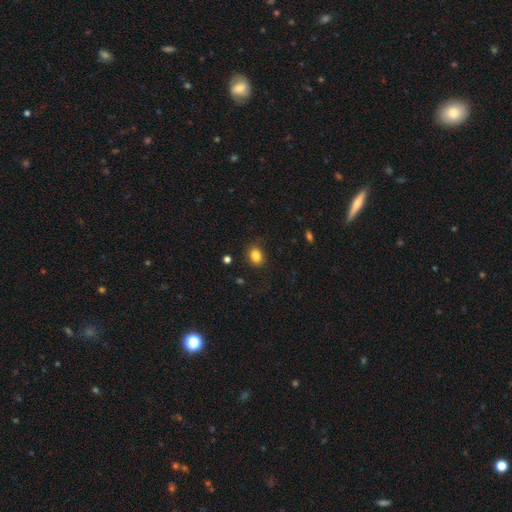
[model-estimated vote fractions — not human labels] A smooth galaxy with no disk features (84%) that is in between round and cigar-shaped (53%). Merging: none (86%).